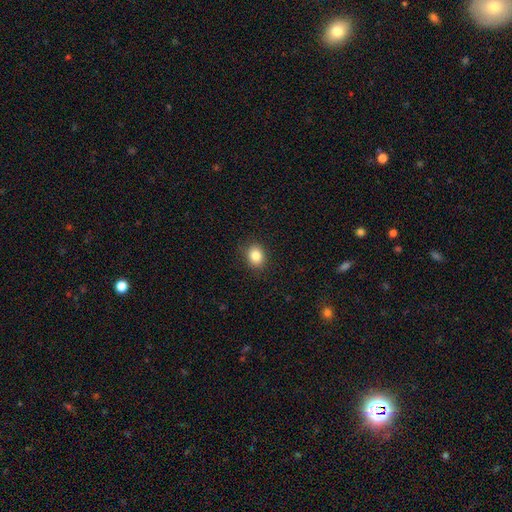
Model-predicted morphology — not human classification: A smooth galaxy with no disk features (84%) that is round (61%).

Vote fractions:
- Smooth or featured? smooth: 84% / star or artifact: 10% / featured or disk: 6%
- How rounded? round: 61% / in between: 38% / cigar-shaped: 1%
- Merging? none: 89% / minor disturbance: 8% / major disturbance: 2% / merger: 1%